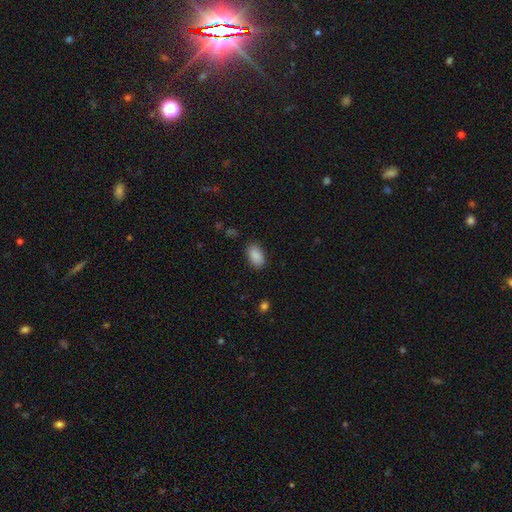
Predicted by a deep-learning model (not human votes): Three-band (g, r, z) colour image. It shows a smooth galaxy with no disk features (89%) that is in between round and cigar-shaped (93%). Merging: none (86%).